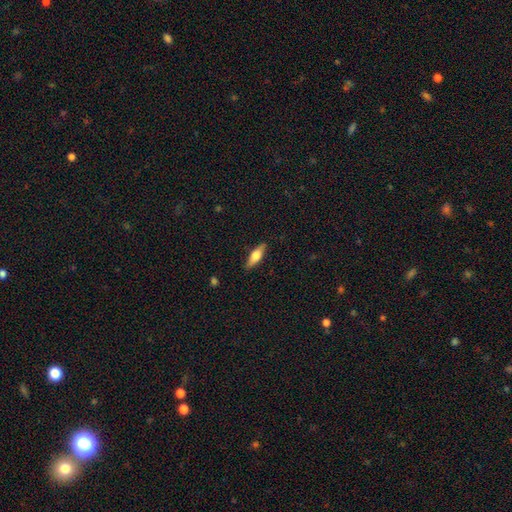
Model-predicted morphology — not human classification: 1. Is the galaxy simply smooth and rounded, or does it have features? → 59% smooth, 35% featured or disk, 6% star or artifact.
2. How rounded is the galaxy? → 50% in between, 47% cigar-shaped, 2% round.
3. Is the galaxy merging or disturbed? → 86% none, 11% minor disturbance, 2% major disturbance, 1% merger.